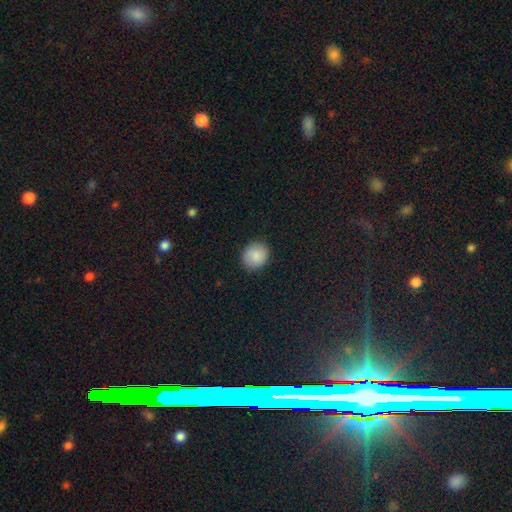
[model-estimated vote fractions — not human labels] Q: Smooth or featured?
A: smooth (87%); runner-up: star or artifact (8%)
Q: How rounded?
A: round (77%); runner-up: in between (22%)
Q: Merging?
A: none (88%); runner-up: minor disturbance (9%)